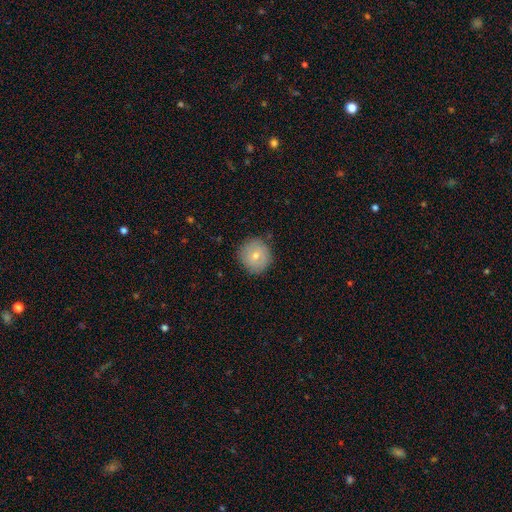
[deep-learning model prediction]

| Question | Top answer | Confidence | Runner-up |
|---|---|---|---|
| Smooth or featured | smooth | 70% | featured or disk (22%) |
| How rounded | round | 93% | in between (6%) |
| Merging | none | 85% | minor disturbance (11%) |